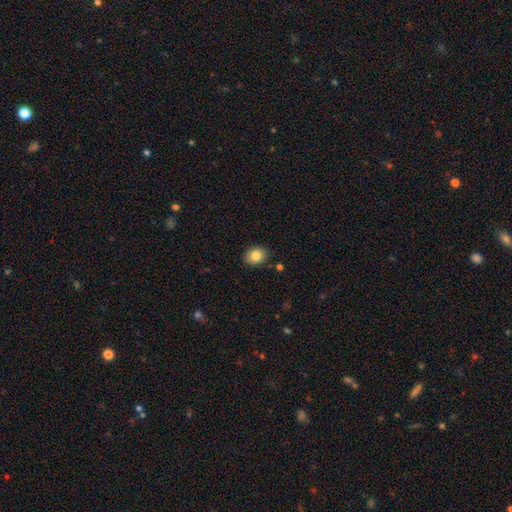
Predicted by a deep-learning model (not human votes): Smooth or featured: smooth — 84% (star or artifact — 9%)
How rounded: round — 55% (in between — 45%)
Merging: none — 87% (minor disturbance — 9%)